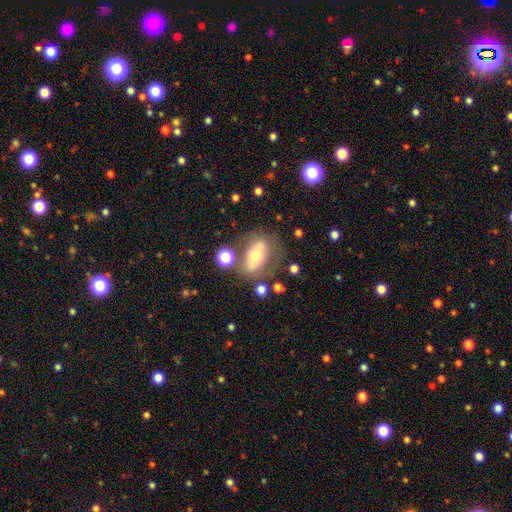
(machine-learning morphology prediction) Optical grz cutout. It shows a smooth galaxy with no disk features (48%). Merging: none (60%).